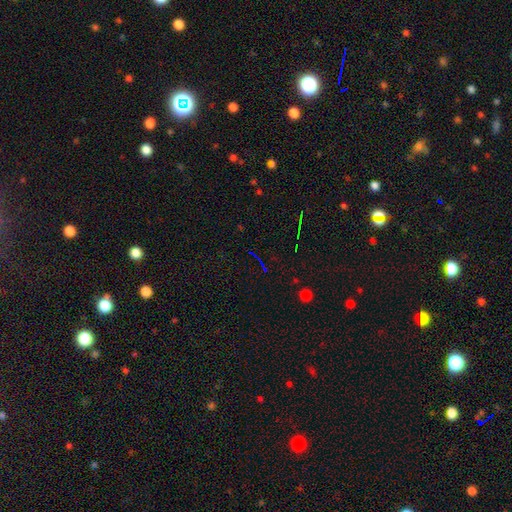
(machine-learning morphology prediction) smooth-or-featured: star or artifact: 75% | smooth: 13% | featured or disk: 12%